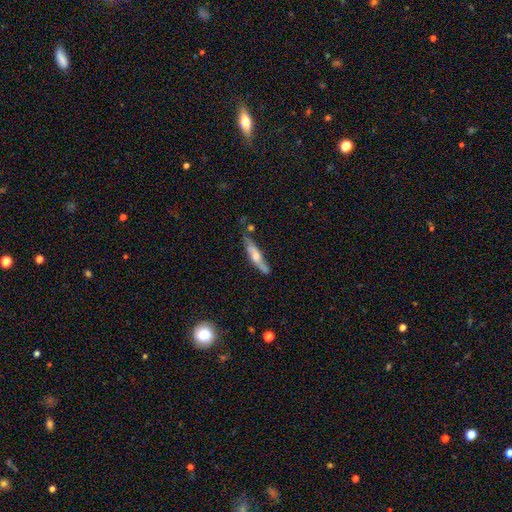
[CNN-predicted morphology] Smooth or featured: featured or disk — 49% (smooth — 45%)
Merging: none — 69% (minor disturbance — 21%)